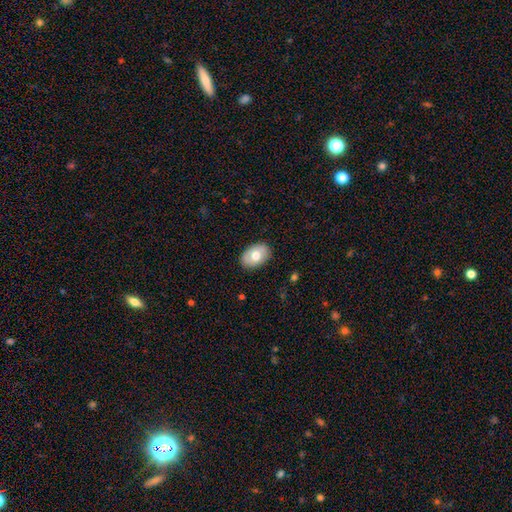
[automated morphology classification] A smooth galaxy with no disk features (69%) that is in between round and cigar-shaped (82%).

Vote fractions:
- Smooth or featured? smooth: 69% / featured or disk: 25% / star or artifact: 7%
- How rounded? in between: 82% / round: 17% / cigar-shaped: 1%
- Merging? none: 87% / minor disturbance: 10% / major disturbance: 2% / merger: 1%